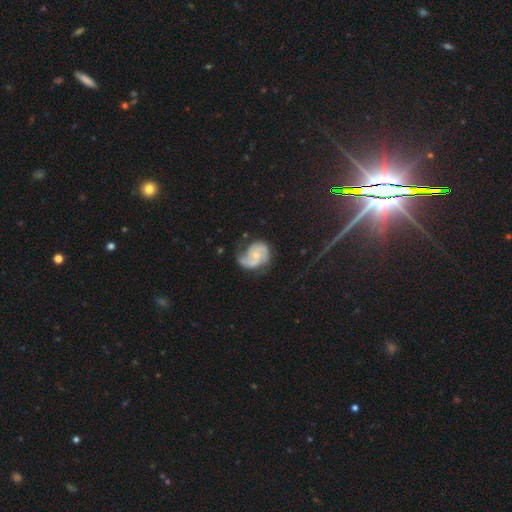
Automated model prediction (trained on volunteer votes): smooth_or_featured: featured or disk (p=0.82) [alt: smooth p=0.12]
disk_edge_on: no (p=0.98) [alt: yes p=0.02]
bar: no (p=0.64) [alt: weak p=0.30]
has_spiral_arms: yes (p=0.96) [alt: no p=0.04]
spiral_winding: medium (p=0.47) [alt: tight p=0.34]
spiral_arm_count: 2 (p=0.73) [alt: 3 p=0.10]
bulge_size: small (p=0.57) [alt: moderate p=0.37]
merging: none (p=0.56) [alt: minor disturbance p=0.27]